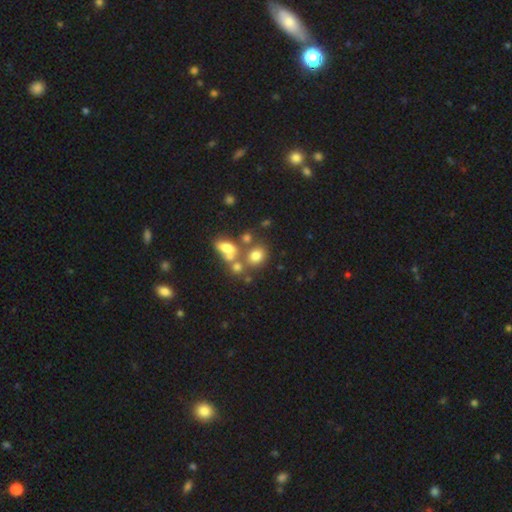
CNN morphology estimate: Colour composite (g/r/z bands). It shows a smooth galaxy with no disk features (70%) that is round (59%). Merging: none (51%).